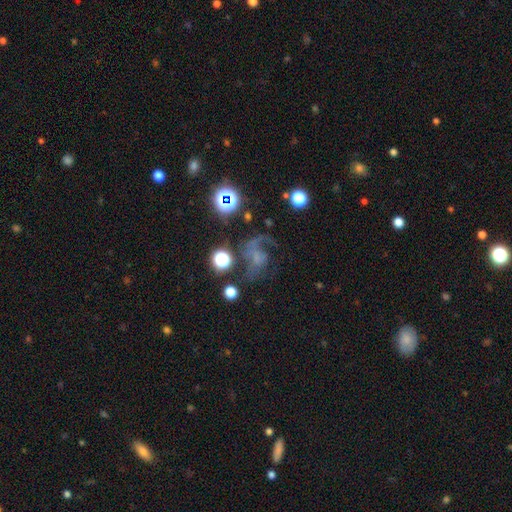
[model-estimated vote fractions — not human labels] This appears to be a featured or disk galaxy (54%) with no bar (64%), spiral arms (77%) and no central bulge (48%). Merging: none (39%).